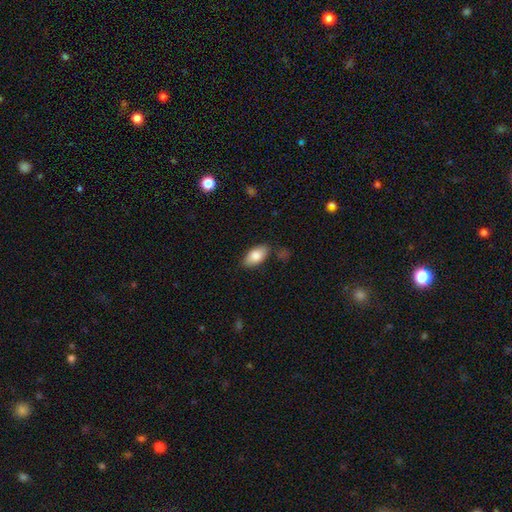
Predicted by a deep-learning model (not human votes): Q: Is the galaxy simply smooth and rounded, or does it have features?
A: smooth — 82%.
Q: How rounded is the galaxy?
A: in between — 91%.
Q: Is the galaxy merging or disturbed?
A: none — 82%.